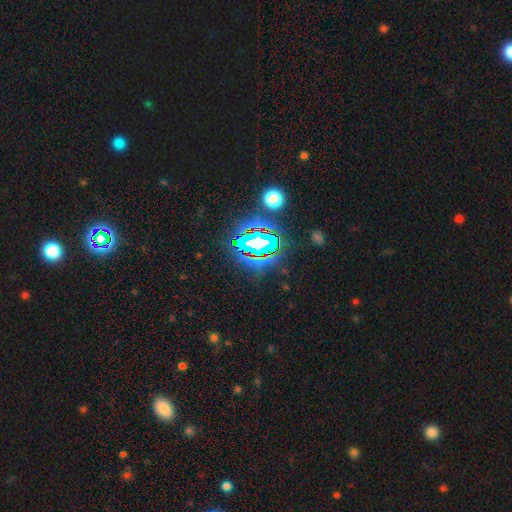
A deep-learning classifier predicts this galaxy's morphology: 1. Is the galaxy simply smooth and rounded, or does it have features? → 80% star or artifact, 12% smooth, 8% featured or disk.